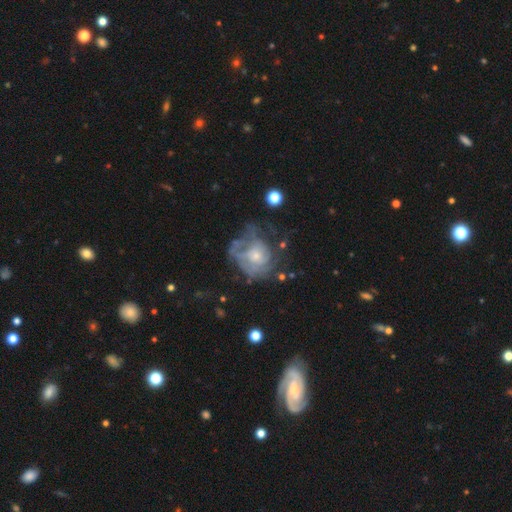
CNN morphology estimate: smooth-or-featured: featured or disk: 65% | smooth: 24% | star or artifact: 11%
  disk-edge-on: no: 97% | yes: 3%
    bar: no: 81% | weak: 16% | strong: 3%
    has-spiral-arms: yes: 57% | no: 43%
    bulge-size: small: 53% | moderate: 39% | none: 4% | large: 3% | dominant: 1%
  merging: none: 43% | major disturbance: 30% | minor disturbance: 23% | merger: 4%